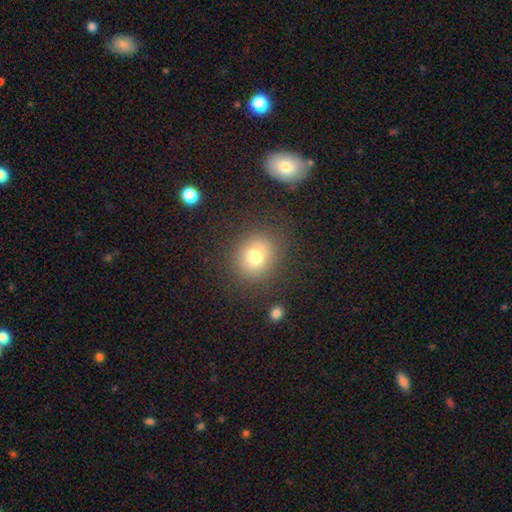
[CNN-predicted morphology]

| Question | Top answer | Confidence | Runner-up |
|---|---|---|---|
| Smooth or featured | smooth | 75% | star or artifact (14%) |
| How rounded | round | 83% | in between (16%) |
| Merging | none | 83% | minor disturbance (9%) |